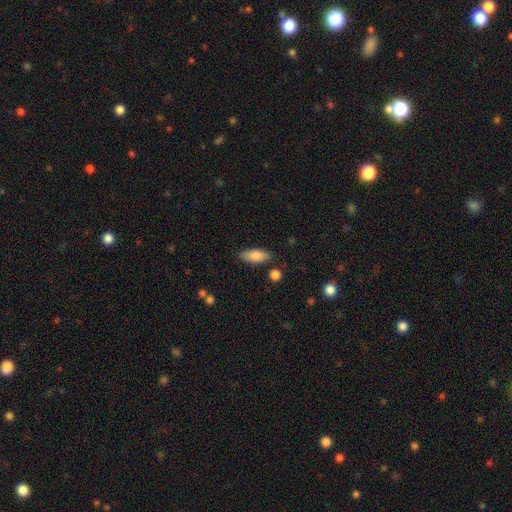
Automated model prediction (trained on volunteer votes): A smooth galaxy with no disk features (83%) that is in between round and cigar-shaped (78%).

Vote fractions:
- Smooth or featured? smooth: 83% / featured or disk: 11% / star or artifact: 7%
- How rounded? in between: 78% / cigar-shaped: 19% / round: 2%
- Merging? none: 82% / minor disturbance: 12% / merger: 3% / major disturbance: 3%